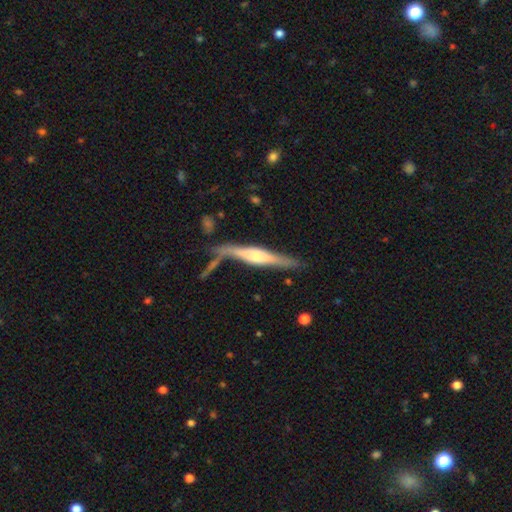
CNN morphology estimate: Q: Smooth or featured?
A: featured or disk (67%); runner-up: smooth (27%)
Q: Edge-on disk?
A: yes (95%); runner-up: no (5%)
Q: Edge-on bulge?
A: rounded (75%); runner-up: boxy (17%)
Q: Merging?
A: none (67%); runner-up: minor disturbance (17%)